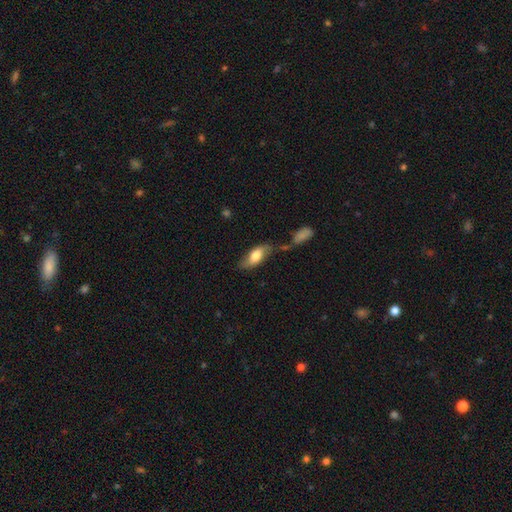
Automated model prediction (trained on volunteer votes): Smooth or featured: smooth — 63% (featured or disk — 30%)
How rounded: in between — 81% (cigar-shaped — 16%)
Merging: none — 52% (minor disturbance — 22%)